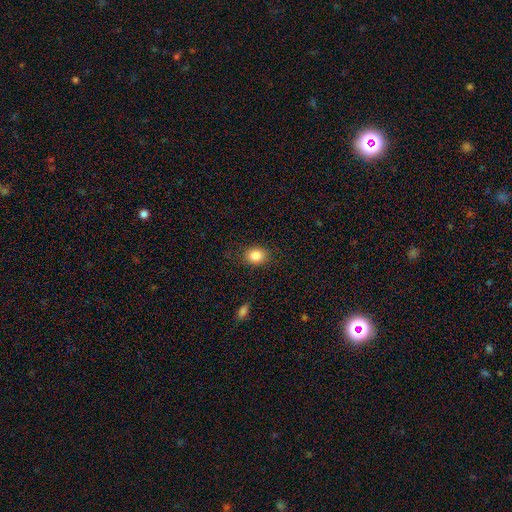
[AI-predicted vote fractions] Smooth or featured? smooth (85%)
How rounded? in between (53%)
Merging? none (84%)